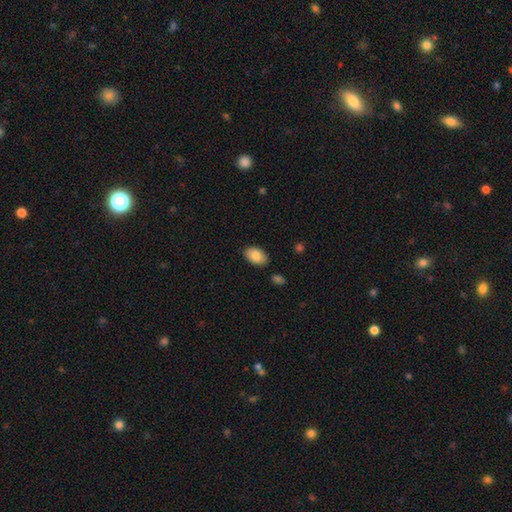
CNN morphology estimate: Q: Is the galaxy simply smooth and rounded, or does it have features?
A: smooth — 86%.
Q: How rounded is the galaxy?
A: in between — 92%.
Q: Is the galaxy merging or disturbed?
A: none — 85%.